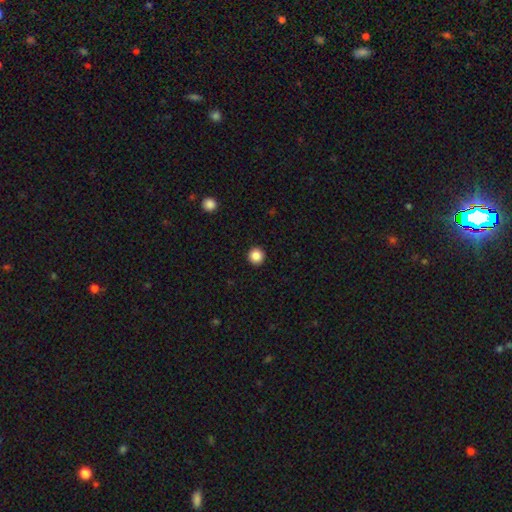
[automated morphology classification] This is clearly a smooth galaxy (87%). How rounded: clearly round (96%). Merging: clearly none (94%).